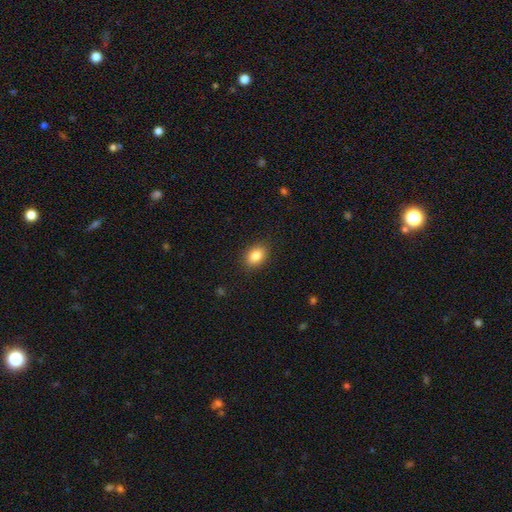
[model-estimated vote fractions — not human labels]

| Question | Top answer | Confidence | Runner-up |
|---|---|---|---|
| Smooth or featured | smooth | 85% | star or artifact (9%) |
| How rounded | in between | 79% | round (20%) |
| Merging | none | 88% | minor disturbance (9%) |